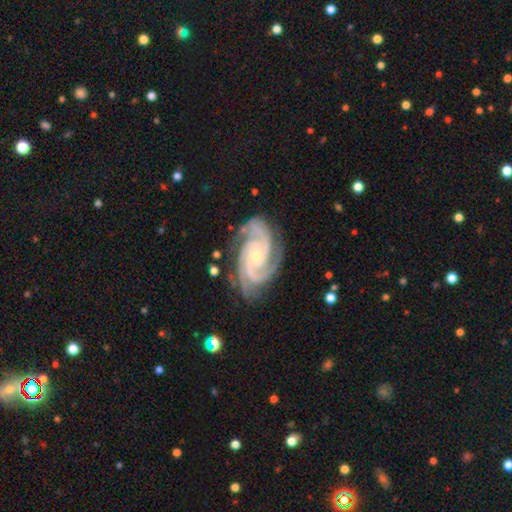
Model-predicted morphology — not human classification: Overall: featured or disk (93%). Edge-on disk: no (98%). Bar: no (68%). Spiral arms: yes (99%). Spiral arm count: 3 (47%; 2 19%). Spiral winding: tight (69%). Bulge size: small (70%). Merging: none (78%).